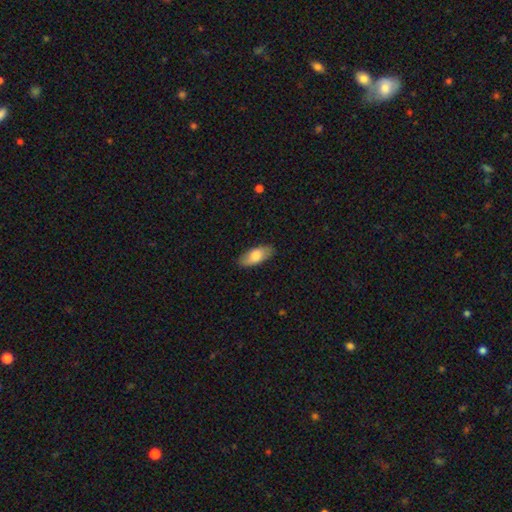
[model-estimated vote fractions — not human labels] Smooth or featured? Predicted: smooth (p=0.78). How rounded? Predicted: in between (p=0.85). Merging? Predicted: none (p=0.86).